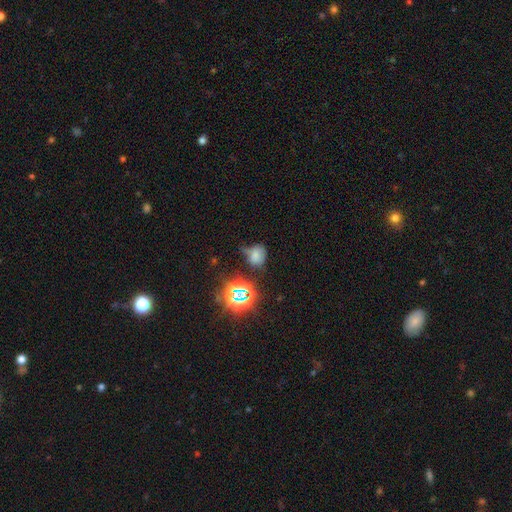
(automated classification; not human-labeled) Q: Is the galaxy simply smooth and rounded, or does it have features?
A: smooth — 61%.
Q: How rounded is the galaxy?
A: round — 55%.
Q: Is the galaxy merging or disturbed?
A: none — 44%.